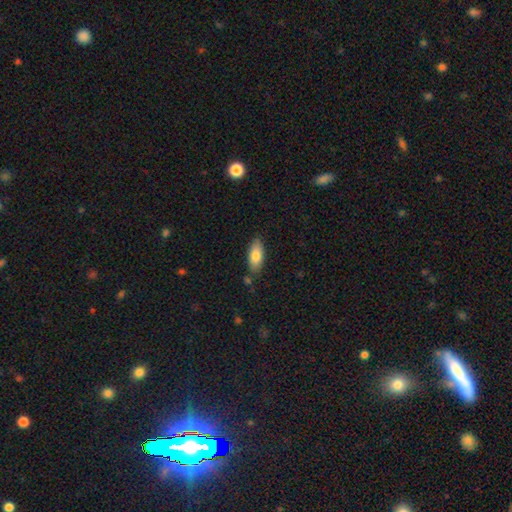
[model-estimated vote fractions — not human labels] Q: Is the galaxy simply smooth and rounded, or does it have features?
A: smooth — 80%.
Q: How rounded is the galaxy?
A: in between — 85%.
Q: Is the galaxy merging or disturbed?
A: none — 81%.